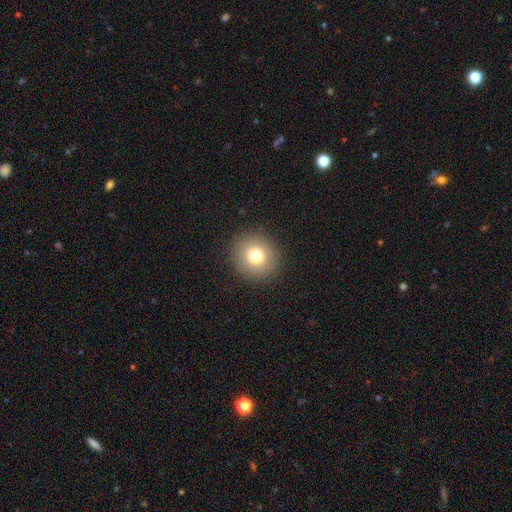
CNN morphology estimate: Smooth or featured? smooth (76%)
How rounded? round (91%)
Merging? none (90%)